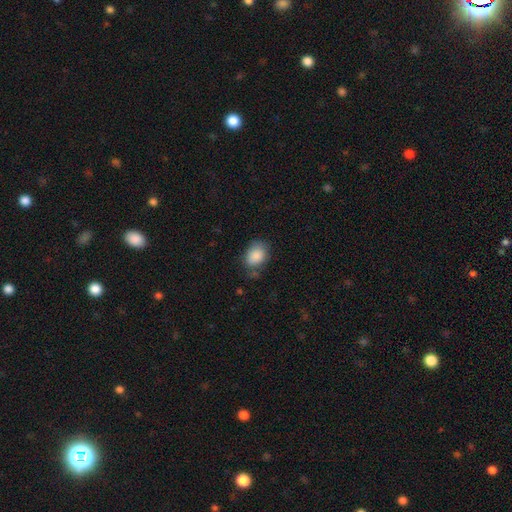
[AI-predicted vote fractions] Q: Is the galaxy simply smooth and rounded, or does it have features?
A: smooth — 87%.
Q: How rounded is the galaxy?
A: in between — 67%.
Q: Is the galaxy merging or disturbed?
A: none — 66%.